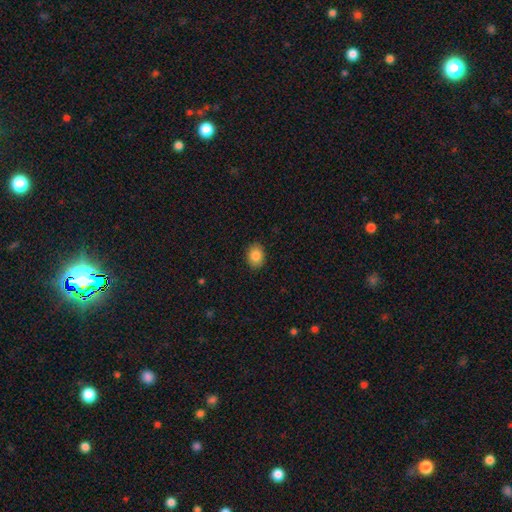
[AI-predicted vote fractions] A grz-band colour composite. It shows a smooth galaxy with no disk features (85%) that is in between round and cigar-shaped (66%). Merging: none (89%).